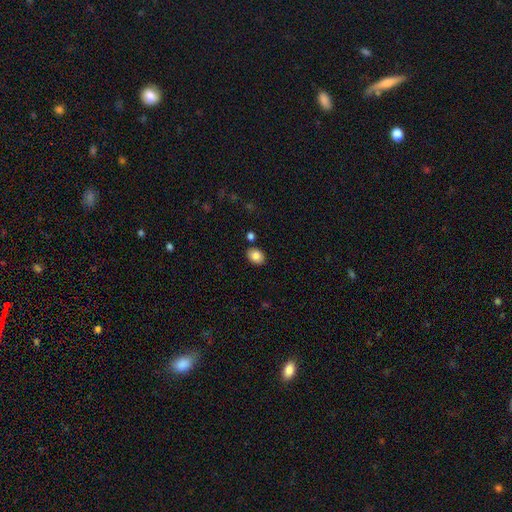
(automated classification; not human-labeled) This is clearly a smooth galaxy (85%). How rounded: likely in between (73%). Merging: clearly none (84%).